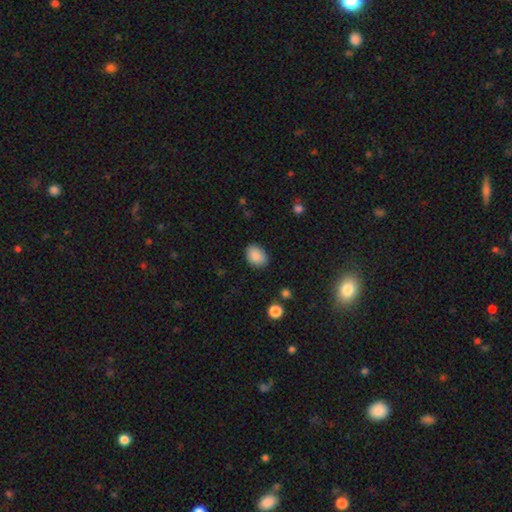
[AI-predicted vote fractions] Q: Smooth or featured?
A: smooth (89%); runner-up: star or artifact (8%)
Q: How rounded?
A: in between (77%); runner-up: round (22%)
Q: Merging?
A: none (84%); runner-up: minor disturbance (12%)